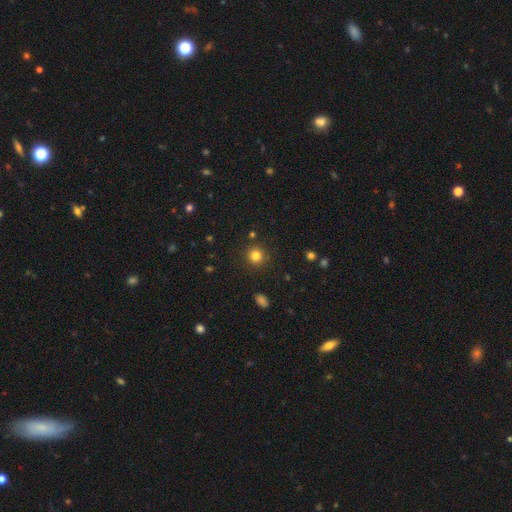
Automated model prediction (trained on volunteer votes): Q: Smooth or featured?
A: smooth (82%); runner-up: star or artifact (13%)
Q: How rounded?
A: round (93%); runner-up: in between (6%)
Q: Merging?
A: none (89%); runner-up: minor disturbance (6%)